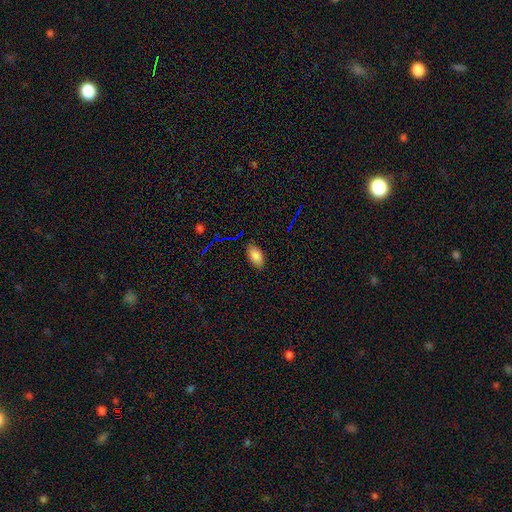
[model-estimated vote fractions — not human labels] Smooth or featured?
  - smooth: 83% *
  - star or artifact: 10%
  - featured or disk: 7%
How rounded?
  - in between: 93% *
  - cigar-shaped: 3%
  - round: 3%
Merging?
  - none: 83% *
  - minor disturbance: 14%
  - major disturbance: 3%
  - merger: 1%